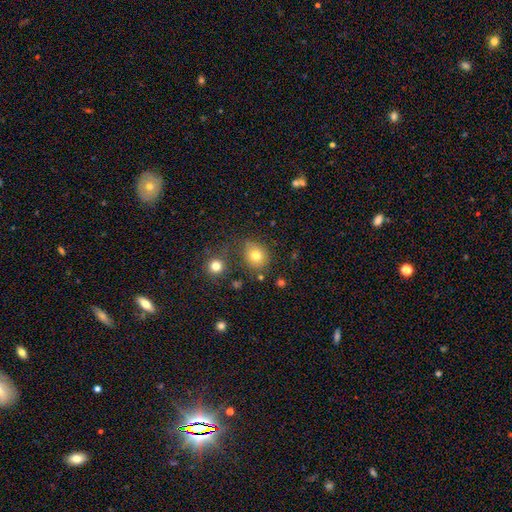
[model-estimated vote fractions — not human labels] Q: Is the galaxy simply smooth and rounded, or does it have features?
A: smooth — 78%.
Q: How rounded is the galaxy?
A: round — 69%.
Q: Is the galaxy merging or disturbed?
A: none — 73%.